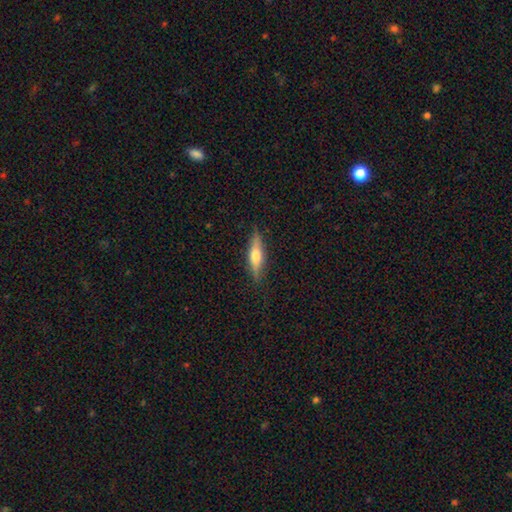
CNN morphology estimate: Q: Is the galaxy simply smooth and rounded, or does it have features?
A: smooth — 47%, tied with featured or disk.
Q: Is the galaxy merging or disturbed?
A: none — 86%.